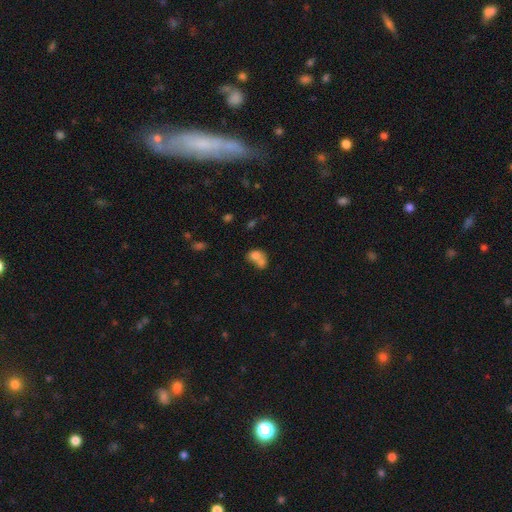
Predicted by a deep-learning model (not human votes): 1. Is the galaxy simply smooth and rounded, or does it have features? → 73% smooth, 17% featured or disk, 10% star or artifact.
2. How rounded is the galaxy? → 51% in between, 48% round, 1% cigar-shaped.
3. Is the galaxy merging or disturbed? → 68% merger, 20% none, 7% minor disturbance, 5% major disturbance.